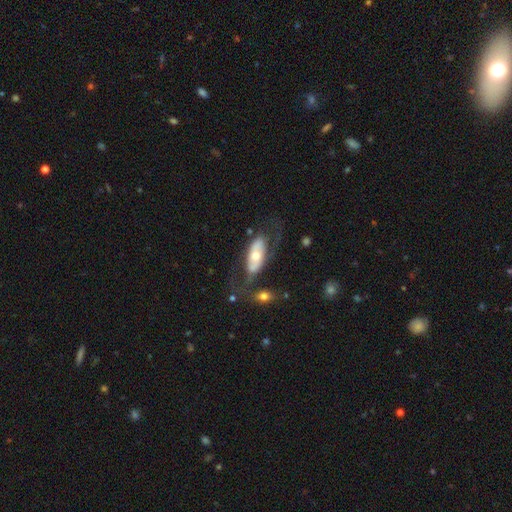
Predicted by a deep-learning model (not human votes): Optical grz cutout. It shows a featured or disk galaxy (57%). Merging: none (59%).